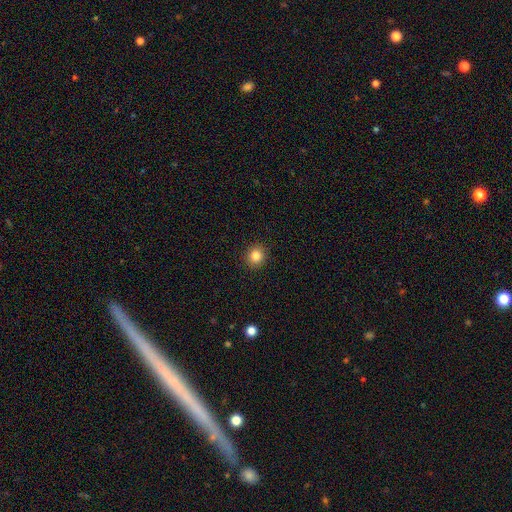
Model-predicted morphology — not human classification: Smooth or featured? smooth (84%)
How rounded? round (88%)
Merging? none (91%)